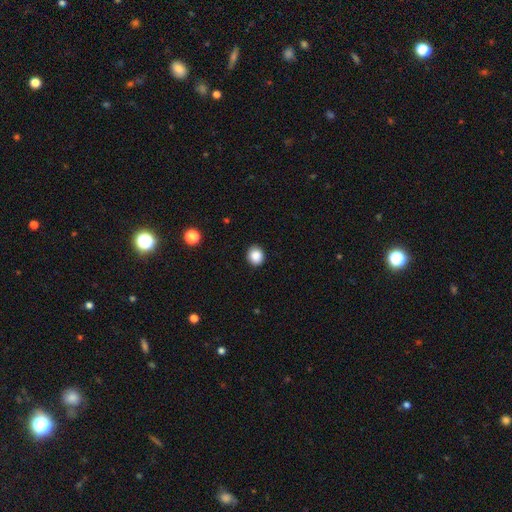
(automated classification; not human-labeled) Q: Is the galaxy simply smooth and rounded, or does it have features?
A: smooth — 87%.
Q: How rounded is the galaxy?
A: round — 75%.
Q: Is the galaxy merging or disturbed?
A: none — 88%.